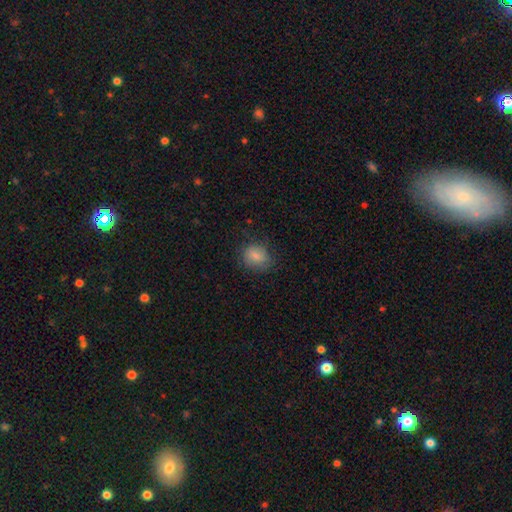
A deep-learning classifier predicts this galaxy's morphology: A smooth galaxy with no disk features (81%) that is round (53%).

Vote fractions:
- Smooth or featured? smooth: 81% / featured or disk: 11% / star or artifact: 8%
- How rounded? round: 53% / in between: 46% / cigar-shaped: 1%
- Merging? none: 74% / minor disturbance: 18% / major disturbance: 7% / merger: 1%